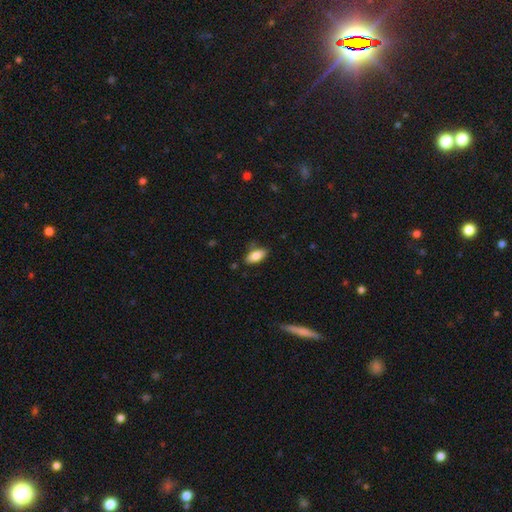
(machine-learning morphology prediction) Smooth or featured? smooth (83%)
How rounded? in between (90%)
Merging? none (79%)